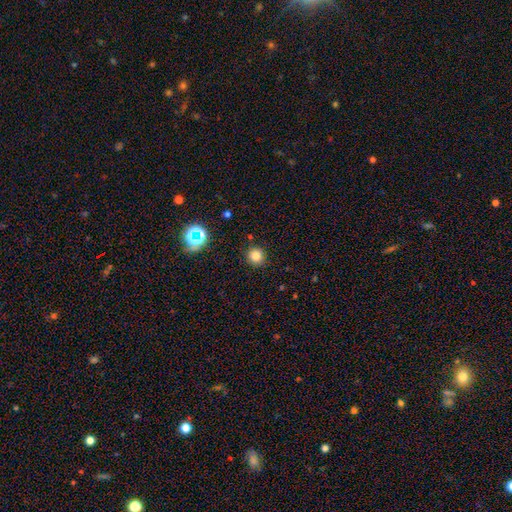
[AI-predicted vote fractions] Smooth or featured? Predicted: smooth (p=0.79). How rounded? Predicted: round (p=0.94). Merging? Predicted: none (p=0.90).